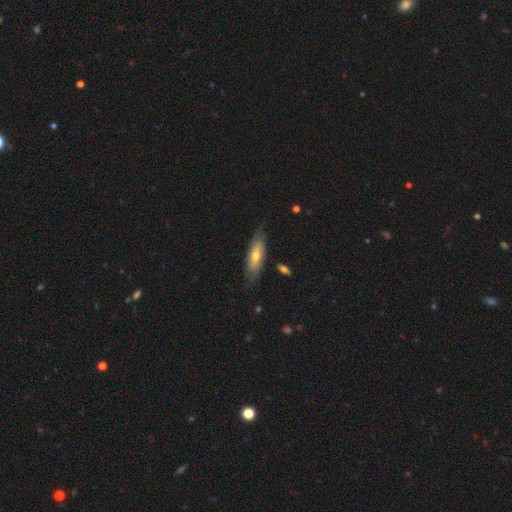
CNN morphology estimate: Smooth or featured: smooth — 49% (featured or disk — 45%)
Merging: none — 73% (minor disturbance — 20%)